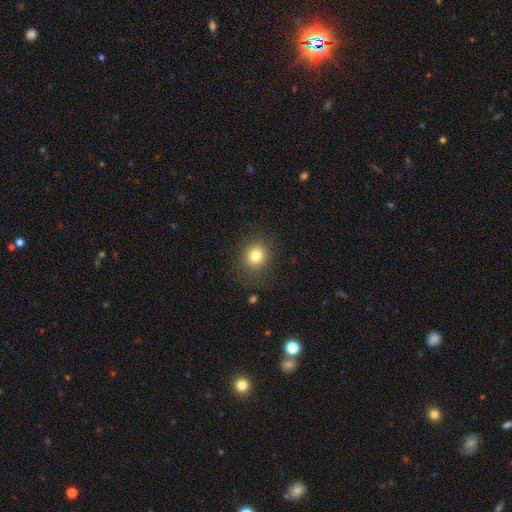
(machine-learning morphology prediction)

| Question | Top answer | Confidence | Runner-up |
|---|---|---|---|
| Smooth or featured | smooth | 80% | star or artifact (12%) |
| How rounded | round | 81% | in between (18%) |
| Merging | none | 84% | minor disturbance (10%) |